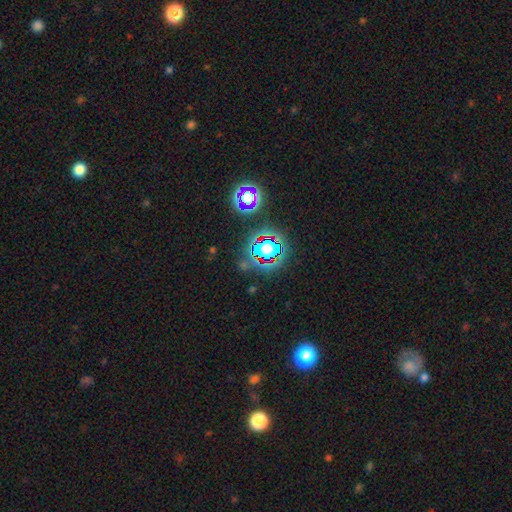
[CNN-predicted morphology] Smooth or featured?
  - star or artifact: 76% *
  - smooth: 15%
  - featured or disk: 9%